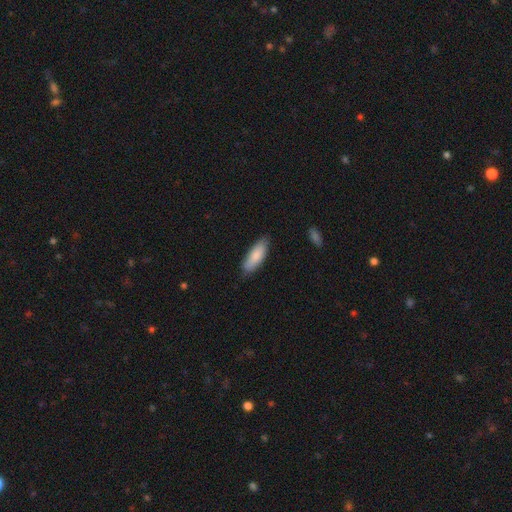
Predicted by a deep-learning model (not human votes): Smooth or featured?
  - smooth: 84% *
  - featured or disk: 10%
  - star or artifact: 6%
How rounded?
  - in between: 63% *
  - cigar-shaped: 35%
  - round: 2%
Merging?
  - none: 81% *
  - minor disturbance: 16%
  - major disturbance: 2%
  - merger: 1%